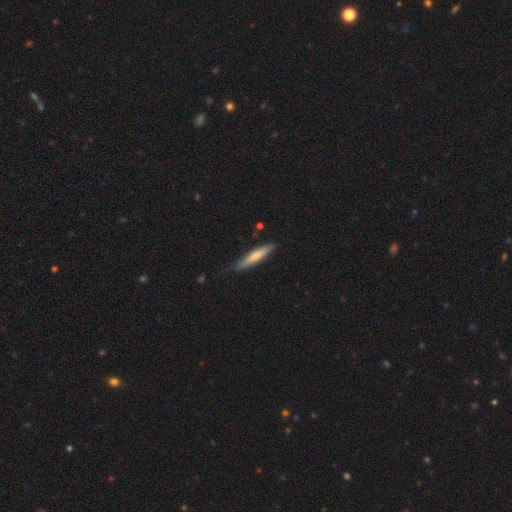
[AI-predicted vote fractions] Smooth or featured: smooth — 61% (featured or disk — 33%)
How rounded: cigar-shaped — 90% (in between — 9%)
Merging: none — 77% (minor disturbance — 19%)